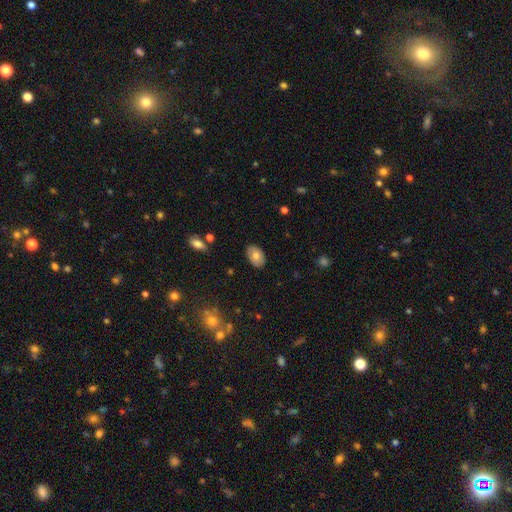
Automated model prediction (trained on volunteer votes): Q: Smooth or featured?
A: smooth (74%); runner-up: featured or disk (18%)
Q: How rounded?
A: in between (89%); runner-up: round (10%)
Q: Merging?
A: none (86%); runner-up: minor disturbance (11%)